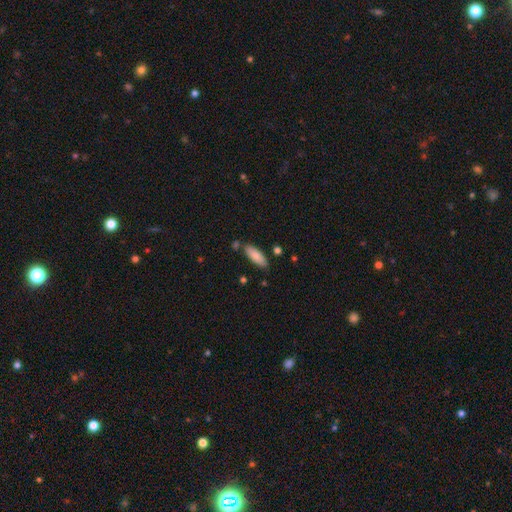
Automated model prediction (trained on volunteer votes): This is clearly a smooth galaxy (84%). How rounded: likely in between (67%). Merging: likely none (80%).